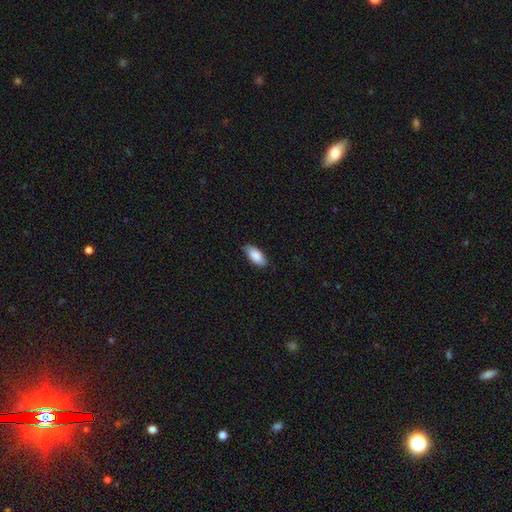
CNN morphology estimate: Smooth or featured? Predicted: smooth (p=0.85). How rounded? Predicted: in between (p=0.88). Merging? Predicted: none (p=0.83).